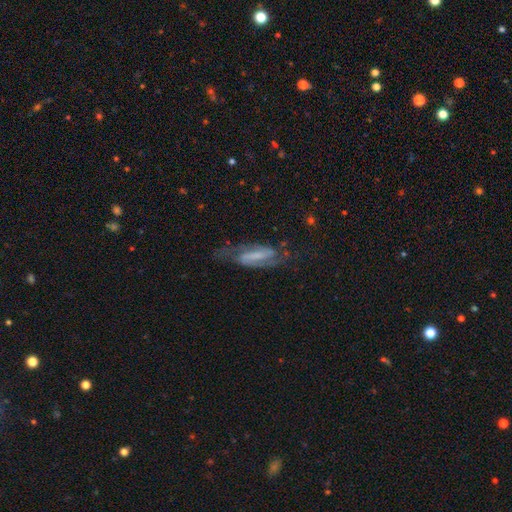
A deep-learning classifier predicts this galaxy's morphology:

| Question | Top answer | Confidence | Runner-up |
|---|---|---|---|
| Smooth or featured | featured or disk | 82% | smooth (12%) |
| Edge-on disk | no | 91% | yes (9%) |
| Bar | strong | 54% | weak (33%) |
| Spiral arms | yes | 94% | no (6%) |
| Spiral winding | medium | 51% | loose (27%) |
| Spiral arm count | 2 | 90% | can't tell (4%) |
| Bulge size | small | 40% | none (36%) |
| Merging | none | 67% | minor disturbance (18%) |